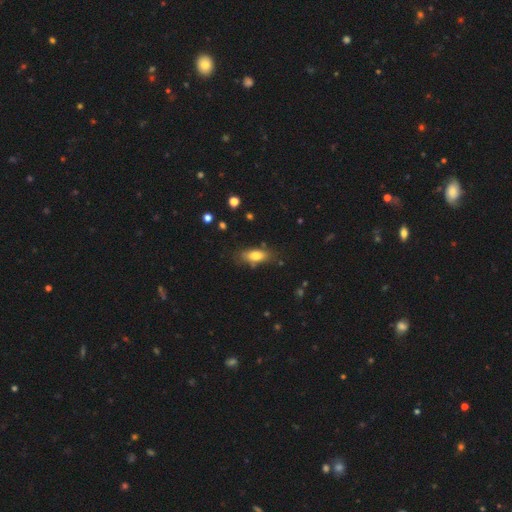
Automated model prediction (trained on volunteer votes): A smooth galaxy with no disk features (77%) that is in between round and cigar-shaped (81%). Merging: none (77%).